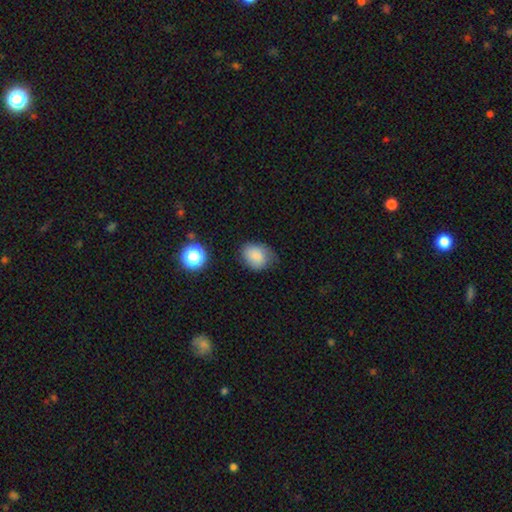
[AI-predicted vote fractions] smooth 82%, star or artifact 10%, featured or disk 8%. Down the decision tree: how rounded — in between (51%); merging — none (61%).